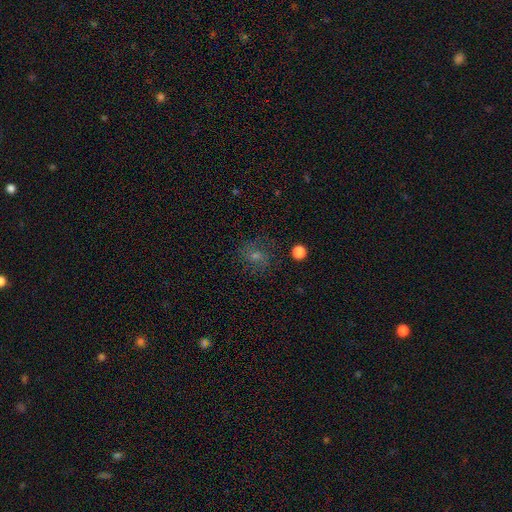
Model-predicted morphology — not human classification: Smooth or featured: smooth — 52% (featured or disk — 26%)
How rounded: round — 66% (in between — 33%)
Merging: none — 72% (minor disturbance — 16%)